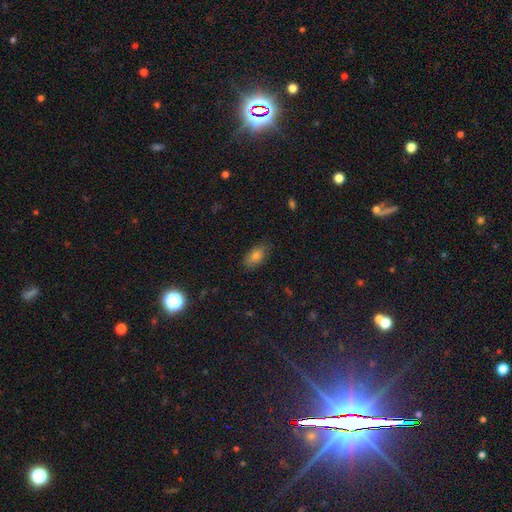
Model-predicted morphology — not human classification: This is likely a smooth galaxy (74%). How rounded: clearly in between (88%). Merging: clearly none (82%).